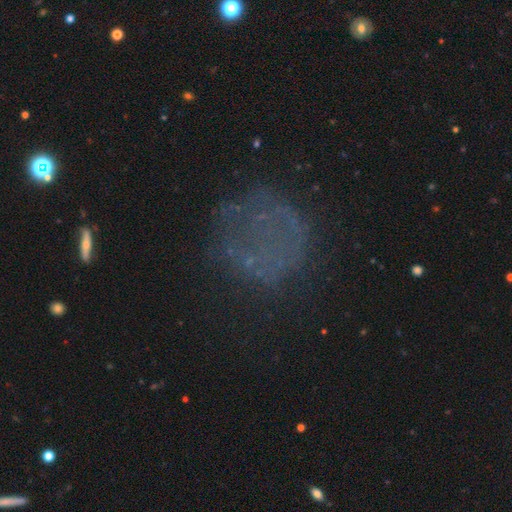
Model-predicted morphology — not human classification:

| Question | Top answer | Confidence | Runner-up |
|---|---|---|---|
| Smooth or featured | smooth | 38% | star or artifact (34%) |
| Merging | none | 64% | major disturbance (18%) |